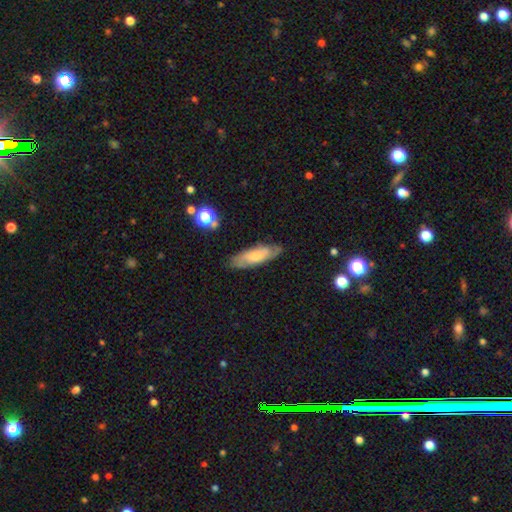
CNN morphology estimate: Overall: smooth (52%; featured or disk 42%). How rounded: in between (55%; cigar-shaped 43%). Merging: none (77%).